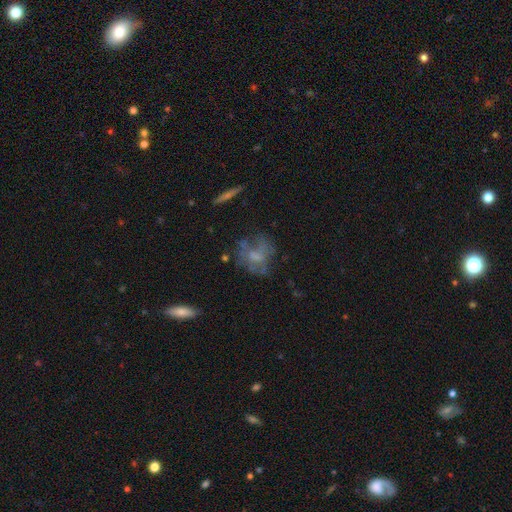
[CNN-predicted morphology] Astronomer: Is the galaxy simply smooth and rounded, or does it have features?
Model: featured or disk — 50% (runner-up: smooth, 37%).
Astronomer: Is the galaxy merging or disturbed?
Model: none — 47% (runner-up: major disturbance, 27%).